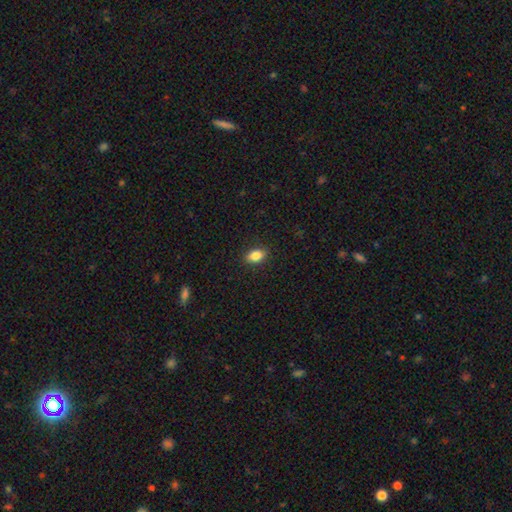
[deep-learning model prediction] Overall: smooth (84%). How rounded: in between (86%). Merging: none (89%).